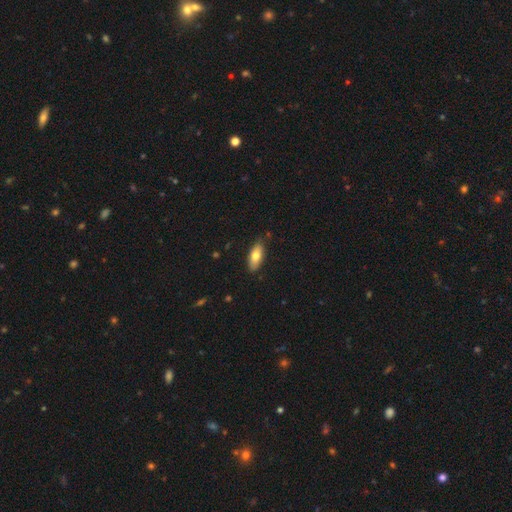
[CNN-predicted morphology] smooth-or-featured: smooth: 73% | featured or disk: 21% | star or artifact: 6%
  how-rounded: in between: 77% | cigar-shaped: 20% | round: 3%
  merging: none: 84% | minor disturbance: 13% | major disturbance: 2% | merger: 1%